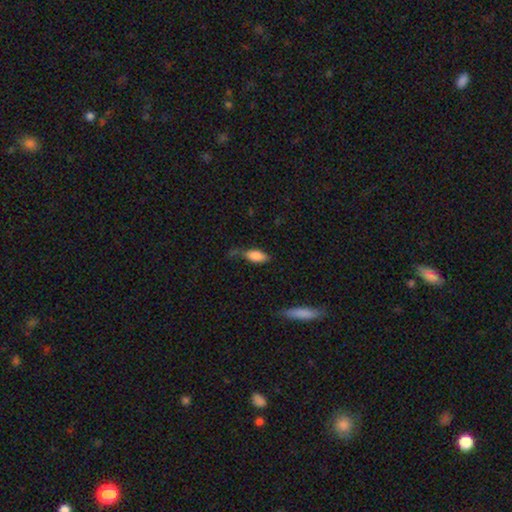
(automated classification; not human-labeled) Q: Smooth or featured?
A: smooth (82%); runner-up: featured or disk (11%)
Q: How rounded?
A: in between (86%); runner-up: cigar-shaped (12%)
Q: Merging?
A: none (48%); runner-up: minor disturbance (31%)